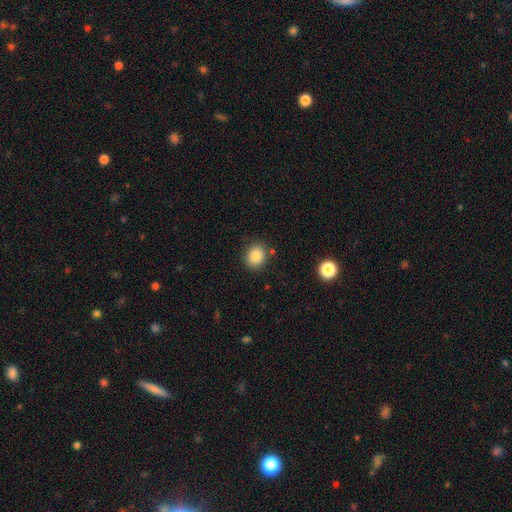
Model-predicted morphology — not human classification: A smooth galaxy with no disk features (84%) that is round (68%). Merging: none (85%).